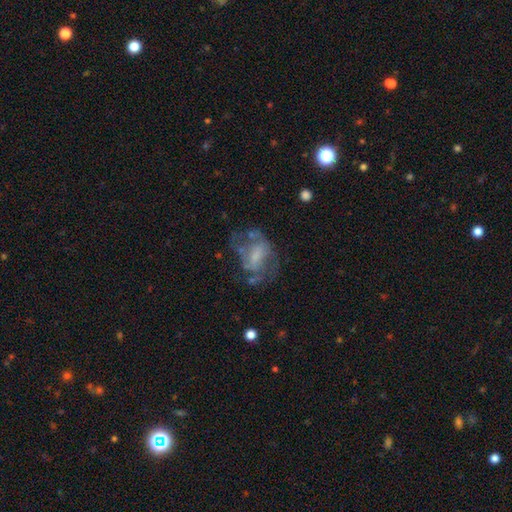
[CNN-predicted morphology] smooth_or_featured: featured or disk (p=0.58) [alt: smooth p=0.32]
disk_edge_on: no (p=0.97) [alt: yes p=0.03]
bar: no (p=0.48) [alt: weak p=0.39]
has_spiral_arms: no (p=0.57) [alt: yes p=0.43]
bulge_size: small (p=0.34) [alt: none p=0.32]
merging: none (p=0.37) [alt: major disturbance p=0.35]